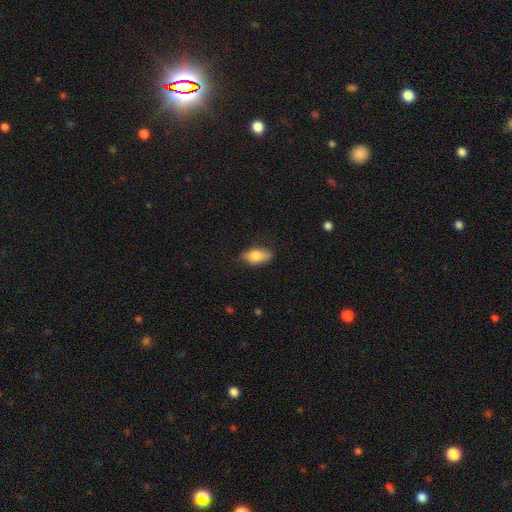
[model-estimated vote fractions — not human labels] Smooth or featured: smooth — 78% (featured or disk — 15%)
How rounded: in between — 86% (cigar-shaped — 9%)
Merging: none — 71% (minor disturbance — 23%)